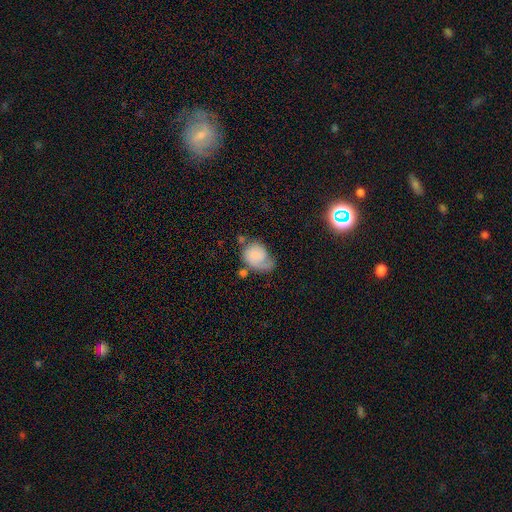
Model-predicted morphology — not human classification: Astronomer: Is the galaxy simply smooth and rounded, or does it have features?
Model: smooth — 53% (runner-up: featured or disk, 40%).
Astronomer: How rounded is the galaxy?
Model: in between — 59% (runner-up: round, 39%).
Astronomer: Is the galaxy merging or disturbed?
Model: none — 35% (runner-up: minor disturbance, 28%).